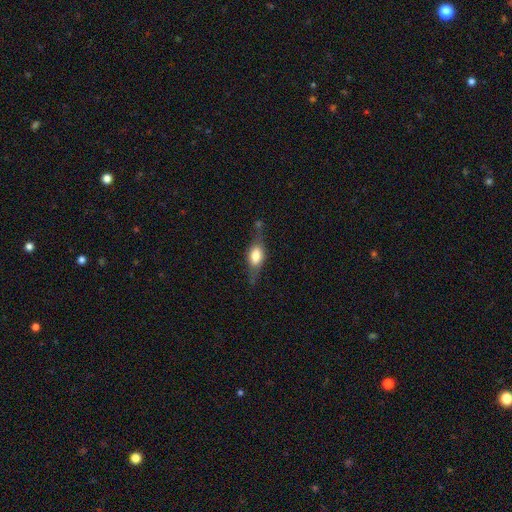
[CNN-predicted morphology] smooth-or-featured: smooth: 49% | featured or disk: 44% | star or artifact: 8%
  merging: none: 65% | minor disturbance: 22% | major disturbance: 10% | merger: 4%